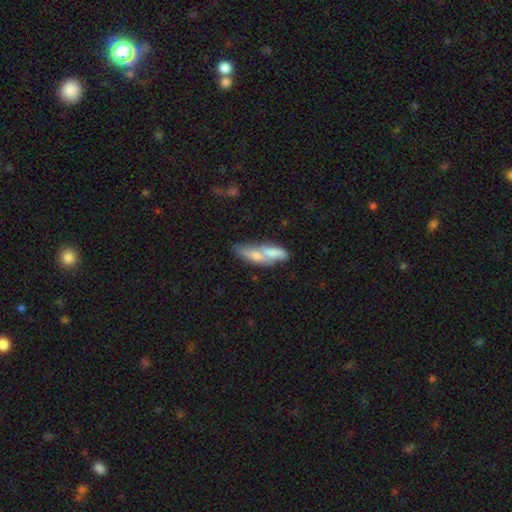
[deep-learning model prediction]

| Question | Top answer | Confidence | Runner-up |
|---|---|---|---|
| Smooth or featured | smooth | 63% | featured or disk (29%) |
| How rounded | in between | 50% | cigar-shaped (46%) |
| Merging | merger | 56% | none (26%) |